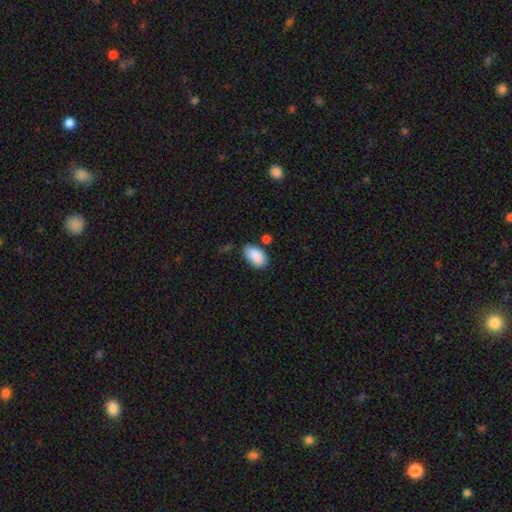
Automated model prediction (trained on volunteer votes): Smooth or featured? smooth (88%)
How rounded? in between (93%)
Merging? none (67%)